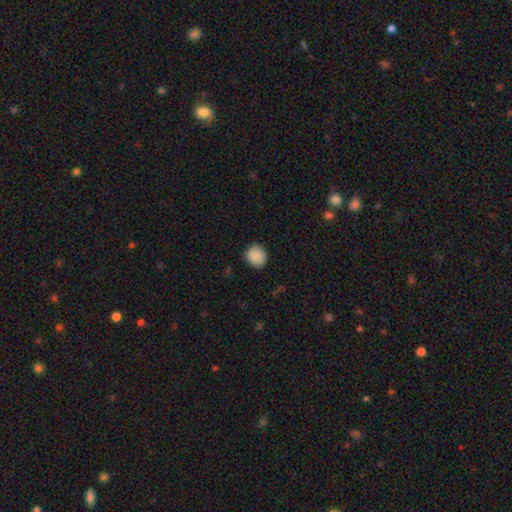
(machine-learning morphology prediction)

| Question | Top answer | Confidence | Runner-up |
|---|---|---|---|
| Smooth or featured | smooth | 89% | star or artifact (8%) |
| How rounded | round | 88% | in between (11%) |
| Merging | none | 87% | minor disturbance (10%) |